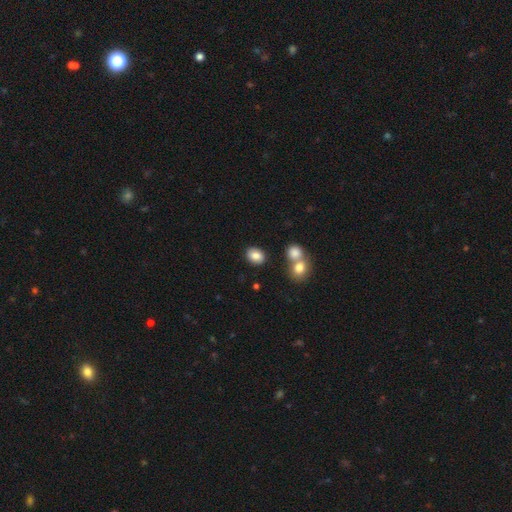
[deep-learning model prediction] smooth_or_featured: smooth (p=0.83) [alt: star or artifact p=0.09]
how_rounded: in between (p=0.61) [alt: round p=0.38]
merging: none (p=0.81) [alt: minor disturbance p=0.09]